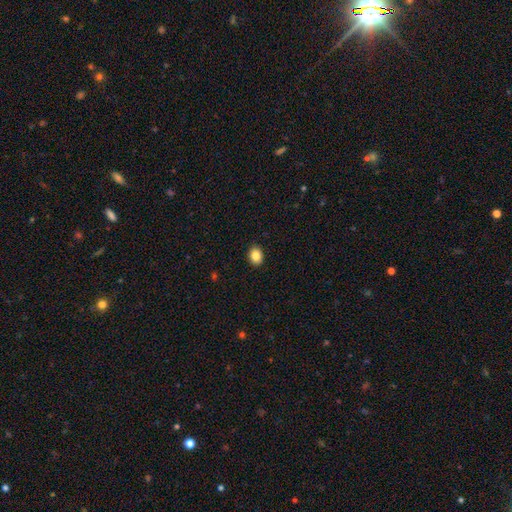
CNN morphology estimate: smooth 86%, star or artifact 9%, featured or disk 5%. Down the decision tree: how rounded — in between (54%); merging — none (91%).